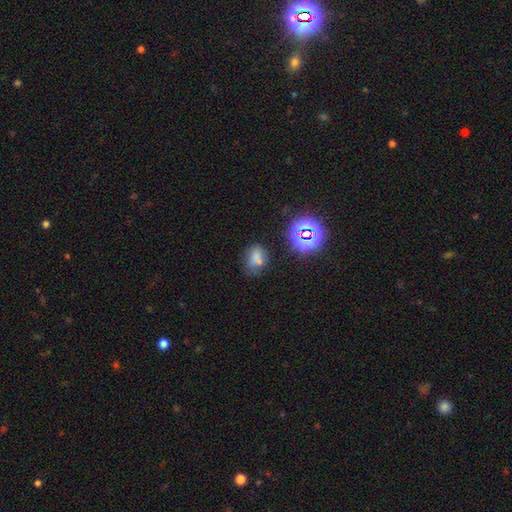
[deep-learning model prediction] Smooth or featured?
  - smooth: 53% *
  - star or artifact: 34%
  - featured or disk: 13%
How rounded?
  - in between: 65% *
  - round: 33%
  - cigar-shaped: 2%
Merging?
  - none: 63% *
  - minor disturbance: 21%
  - major disturbance: 9%
  - merger: 7%